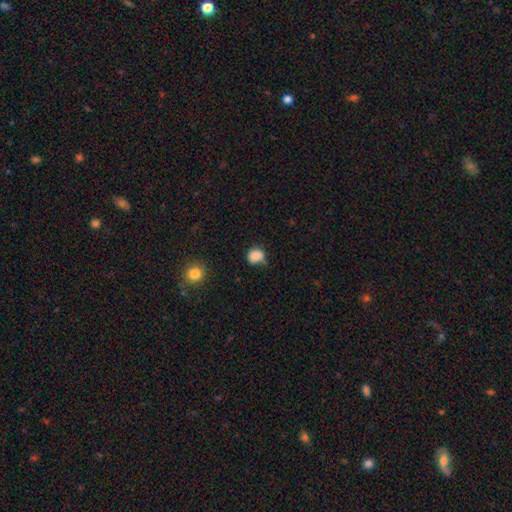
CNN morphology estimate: This is clearly a smooth galaxy (85%). How rounded: likely round (72%). Merging: possibly none (56%).